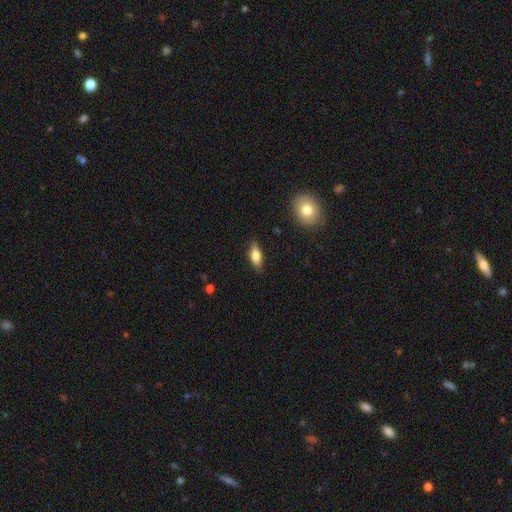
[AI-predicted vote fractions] Morphology: type=smooth (71%); roundness=in between (71%); merging=none (85%).